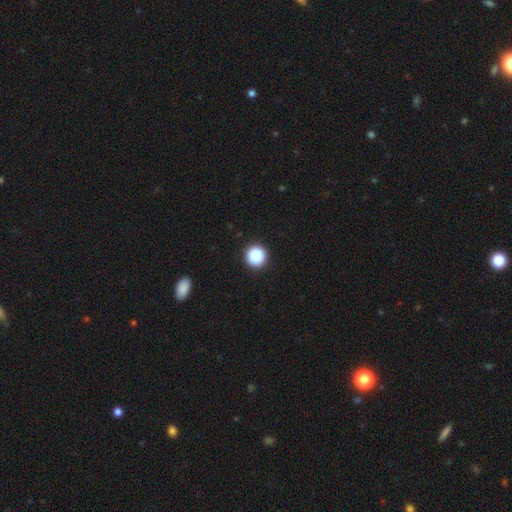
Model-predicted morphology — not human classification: smooth 89%, star or artifact 9%, featured or disk 2%. Down the decision tree: how rounded — round (96%); merging — none (93%).